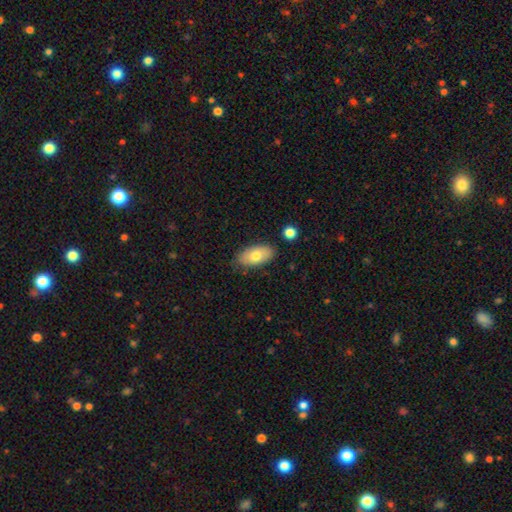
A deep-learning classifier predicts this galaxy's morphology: type=smooth (72%); roundness=in between (93%); merging=none (82%).